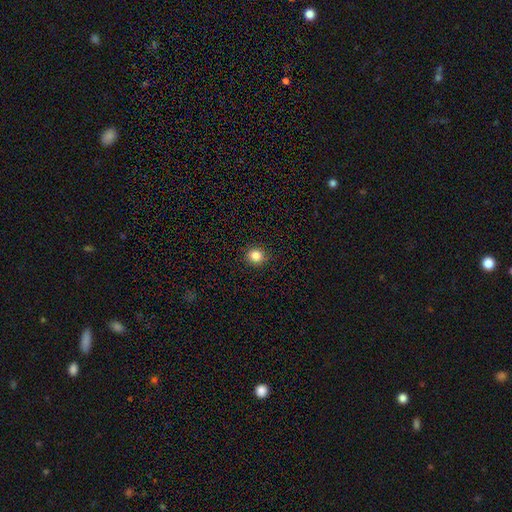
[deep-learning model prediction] The model was most divided on "smooth or featured": smooth: 84%, star or artifact: 11%, featured or disk: 5%. More confident: merging — none (91%); how rounded — round (87%).